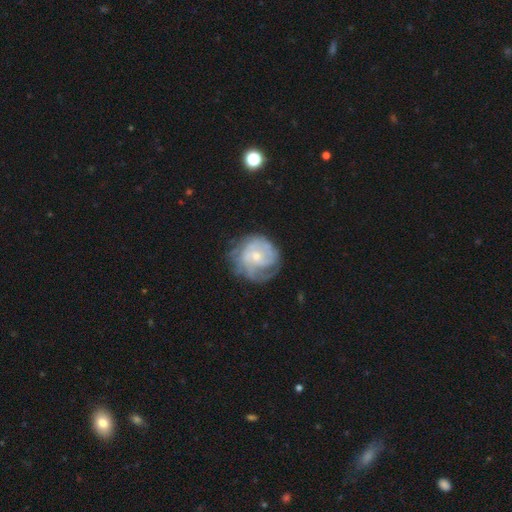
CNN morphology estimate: Smooth or featured?
  - featured or disk: 72% *
  - smooth: 21%
  - star or artifact: 6%
Edge-on disk?
  - no: 98% *
  - yes: 2%
Bar?
  - no: 74% *
  - weak: 23%
  - strong: 3%
Spiral arms?
  - yes: 82% *
  - no: 18%
Spiral winding?
  - tight: 58% *
  - medium: 29%
  - loose: 13%
Spiral arm count?
  - can't tell: 48% *
  - 2: 20%
  - 3: 14%
  - 1: 8%
  - 4: 6%
  - more than 4: 4%
Bulge size?
  - small: 53% *
  - moderate: 41%
  - none: 3%
  - large: 3%
  - dominant: 1%
Merging?
  - none: 60% *
  - minor disturbance: 22%
  - major disturbance: 15%
  - merger: 2%